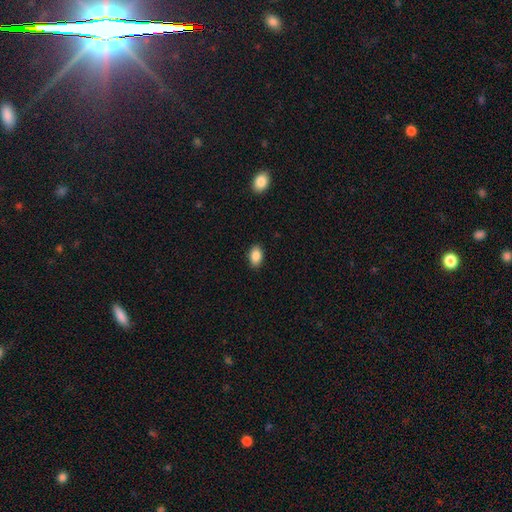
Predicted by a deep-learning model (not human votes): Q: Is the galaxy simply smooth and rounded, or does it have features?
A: smooth — 88%.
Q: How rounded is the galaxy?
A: in between — 88%.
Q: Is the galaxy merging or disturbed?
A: none — 88%.